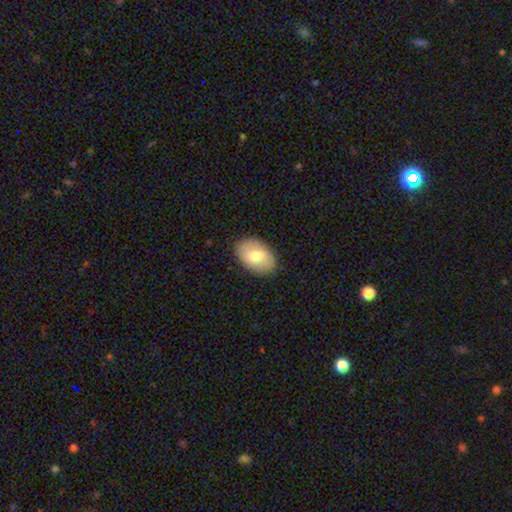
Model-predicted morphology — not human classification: This is likely a smooth galaxy (72%). How rounded: clearly in between (91%). Merging: clearly none (86%).